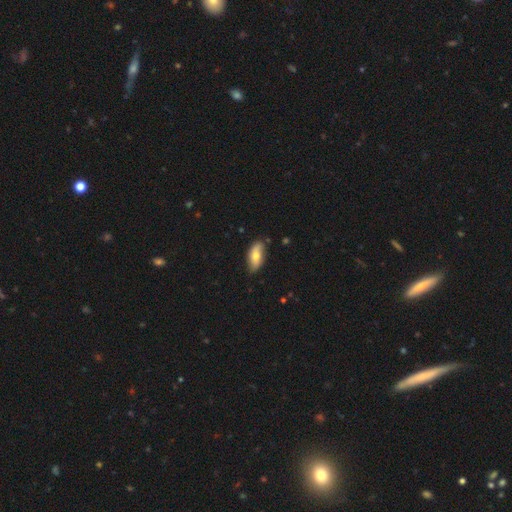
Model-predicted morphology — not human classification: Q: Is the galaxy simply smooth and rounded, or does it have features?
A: smooth — 63%.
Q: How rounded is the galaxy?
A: in between — 86%.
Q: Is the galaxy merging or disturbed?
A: none — 78%.